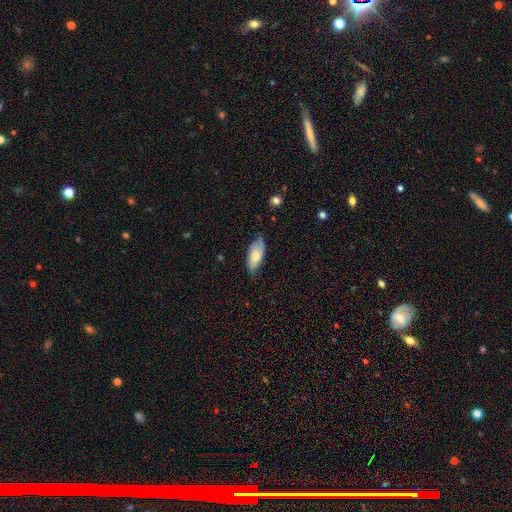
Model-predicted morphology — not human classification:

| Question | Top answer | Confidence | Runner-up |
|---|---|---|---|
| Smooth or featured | smooth | 71% | featured or disk (23%) |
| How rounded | in between | 85% | cigar-shaped (13%) |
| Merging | none | 70% | minor disturbance (25%) |